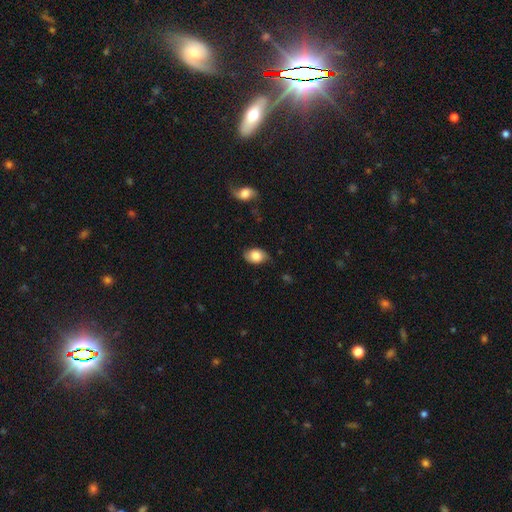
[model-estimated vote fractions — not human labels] Smooth or featured?
  - smooth: 71% *
  - featured or disk: 21%
  - star or artifact: 7%
How rounded?
  - in between: 82% *
  - round: 17%
  - cigar-shaped: 1%
Merging?
  - none: 73% *
  - minor disturbance: 20%
  - major disturbance: 5%
  - merger: 2%